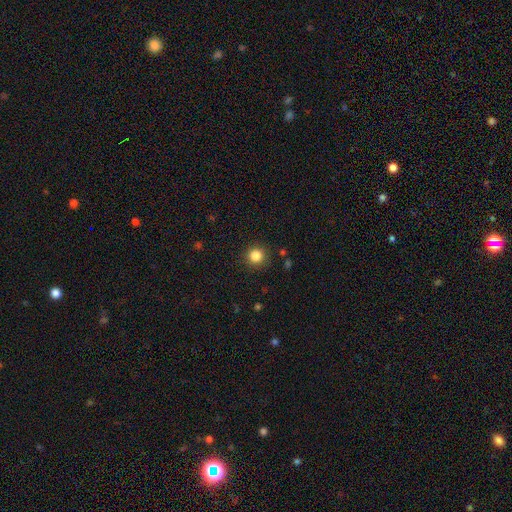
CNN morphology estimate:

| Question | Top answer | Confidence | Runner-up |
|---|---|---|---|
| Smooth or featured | smooth | 84% | star or artifact (11%) |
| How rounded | round | 94% | in between (6%) |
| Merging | none | 89% | minor disturbance (7%) |